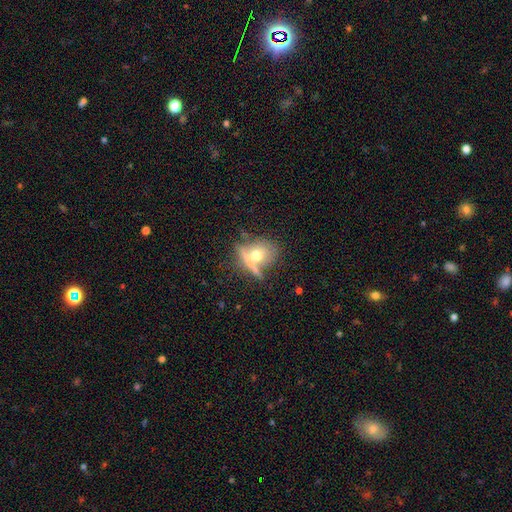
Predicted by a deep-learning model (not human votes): smooth-or-featured: smooth: 58% | featured or disk: 30% | star or artifact: 11%
  how-rounded: round: 65% | in between: 31% | cigar-shaped: 4%
  merging: none: 45% | merger: 23% | minor disturbance: 19% | major disturbance: 14%